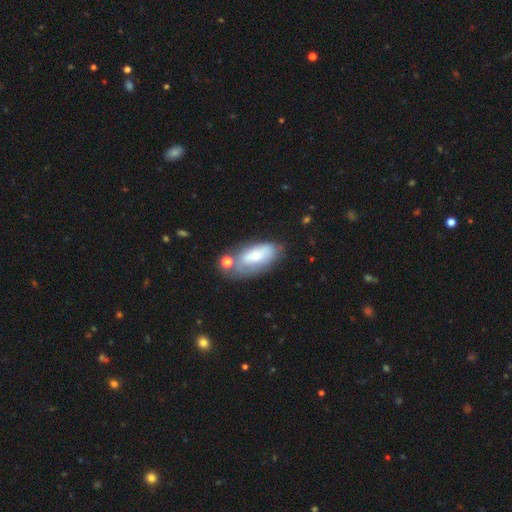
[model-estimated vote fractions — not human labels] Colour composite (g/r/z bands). It shows a smooth galaxy with no disk features (62%) that is in between round and cigar-shaped (88%). Merging: none (46%).